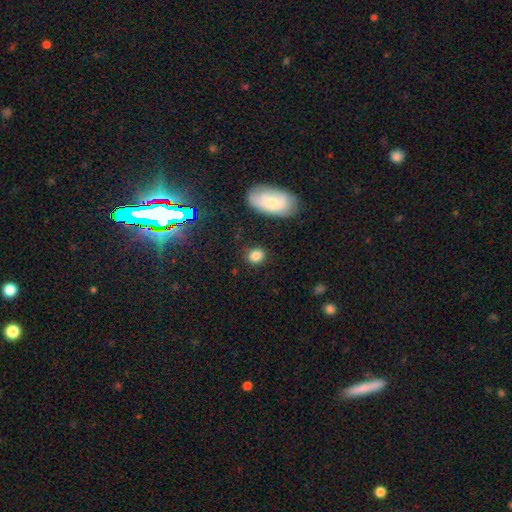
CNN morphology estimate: Smooth or featured?
  - smooth: 84% *
  - star or artifact: 10%
  - featured or disk: 6%
How rounded?
  - round: 57% *
  - in between: 41%
  - cigar-shaped: 2%
Merging?
  - none: 80% *
  - minor disturbance: 13%
  - major disturbance: 4%
  - merger: 3%